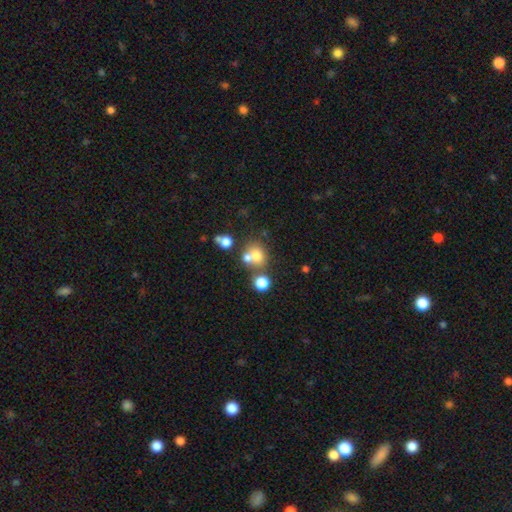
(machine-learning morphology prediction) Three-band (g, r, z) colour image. It shows a smooth galaxy with no disk features (69%) that is round (77%). Merging: none (49%).